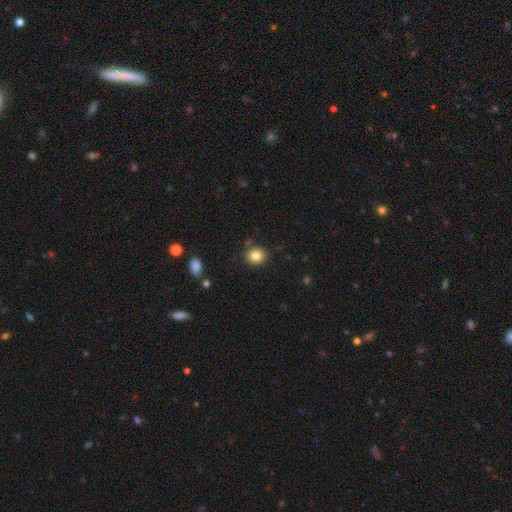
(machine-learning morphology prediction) smooth-or-featured: smooth: 84% | star or artifact: 10% | featured or disk: 6%
  how-rounded: round: 79% | in between: 21% | cigar-shaped: 1%
  merging: none: 84% | minor disturbance: 9% | merger: 4% | major disturbance: 3%